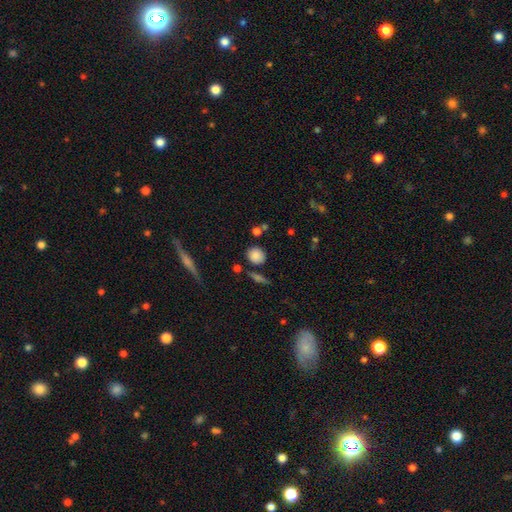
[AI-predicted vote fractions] Overall: smooth (83%). How rounded: round (86%). Merging: none (79%).